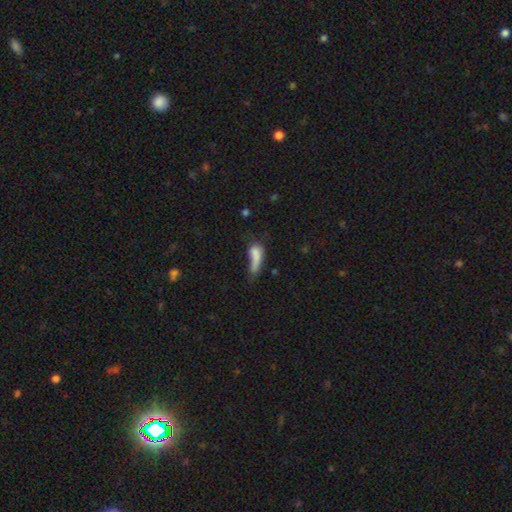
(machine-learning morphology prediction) smooth_or_featured: smooth (p=0.72) [alt: featured or disk p=0.18]
how_rounded: in between (p=0.56) [alt: cigar-shaped p=0.38]
merging: major disturbance (p=0.35) [alt: none p=0.24]